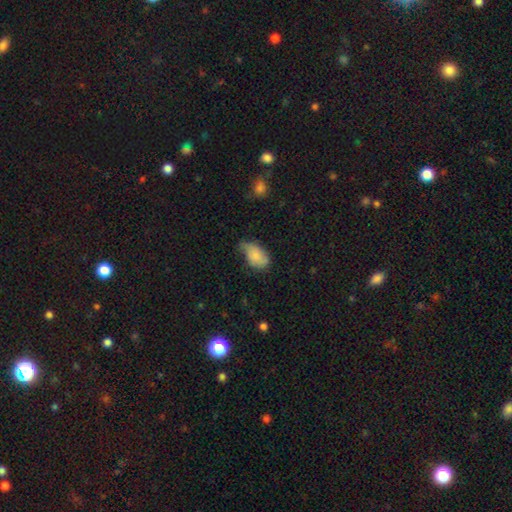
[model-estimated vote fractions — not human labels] smooth 72%, featured or disk 20%, star or artifact 7%. Down the decision tree: how rounded — in between (92%); merging — minor disturbance (45%).